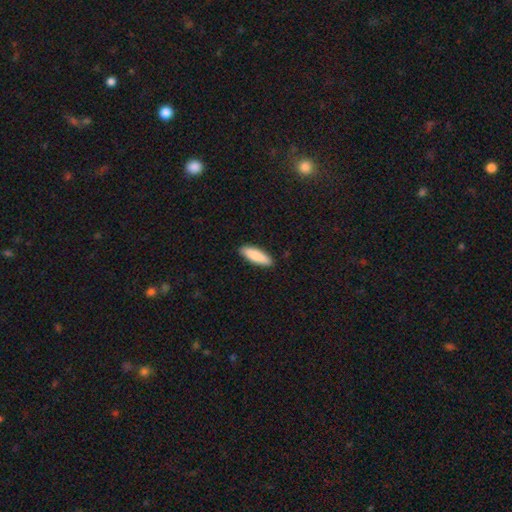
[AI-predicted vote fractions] Q: Smooth or featured?
A: smooth (87%); runner-up: featured or disk (7%)
Q: How rounded?
A: cigar-shaped (54%); runner-up: in between (44%)
Q: Merging?
A: none (90%); runner-up: minor disturbance (8%)